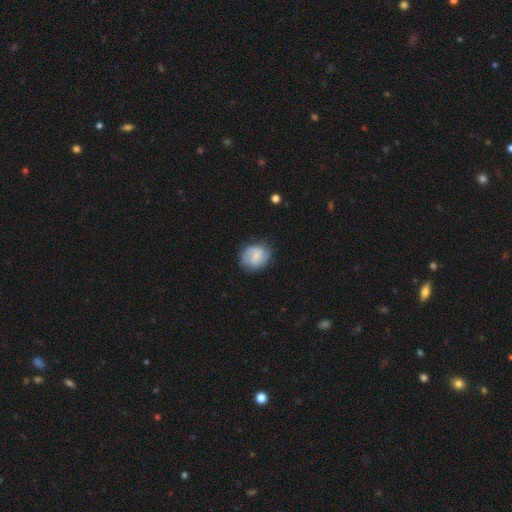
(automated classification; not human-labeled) smooth 53%, featured or disk 39%, star or artifact 7%. Down the decision tree: how rounded — round (72%); merging — none (72%).